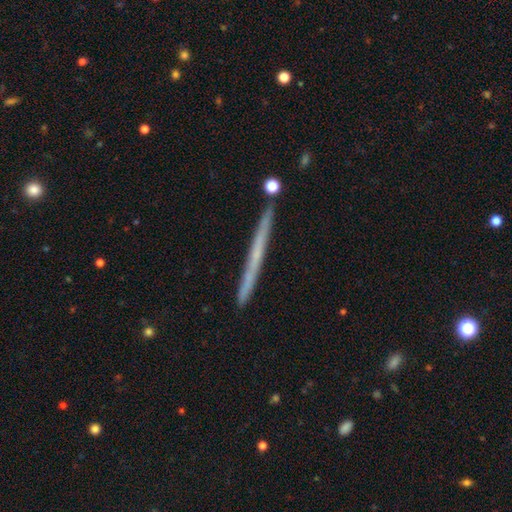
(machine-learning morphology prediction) Smooth or featured?
  - featured or disk: 53% *
  - smooth: 40%
  - star or artifact: 7%
Edge-on disk?
  - yes: 97% *
  - no: 3%
Edge-on bulge?
  - none: 88% *
  - rounded: 9%
  - boxy: 3%
Merging?
  - none: 90% *
  - minor disturbance: 7%
  - merger: 2%
  - major disturbance: 1%